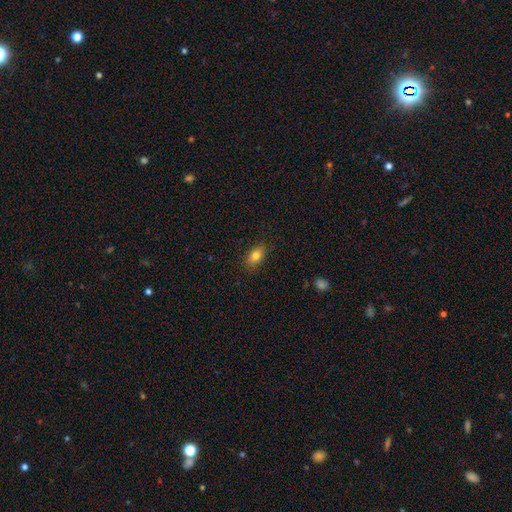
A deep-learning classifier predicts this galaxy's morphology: smooth-or-featured: smooth: 81% | star or artifact: 9% | featured or disk: 9%
  how-rounded: in between: 83% | round: 15% | cigar-shaped: 2%
  merging: none: 86% | minor disturbance: 10% | major disturbance: 2% | merger: 1%